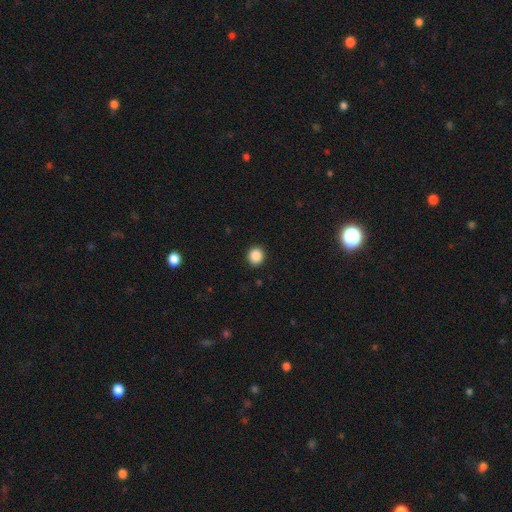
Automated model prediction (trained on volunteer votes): Q: Smooth or featured?
A: smooth (88%); runner-up: star or artifact (9%)
Q: How rounded?
A: round (84%); runner-up: in between (15%)
Q: Merging?
A: none (92%); runner-up: minor disturbance (5%)